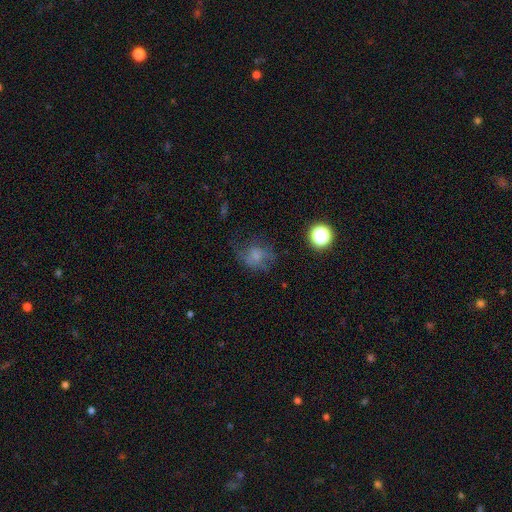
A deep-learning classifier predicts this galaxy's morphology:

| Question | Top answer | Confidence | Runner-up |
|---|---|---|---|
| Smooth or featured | smooth | 58% | featured or disk (26%) |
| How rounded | round | 65% | in between (34%) |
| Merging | none | 50% | minor disturbance (24%) |